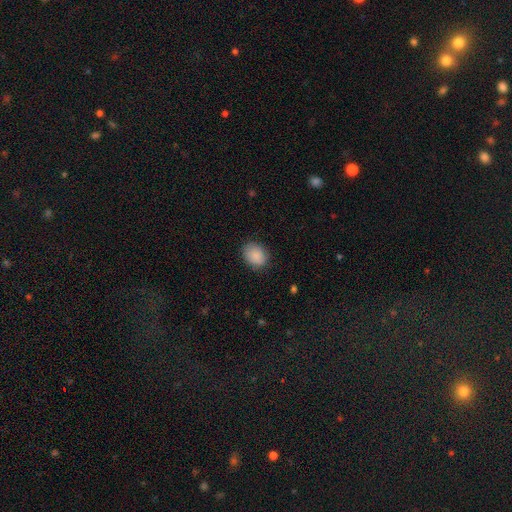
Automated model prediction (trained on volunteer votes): The model was most divided on "how rounded": in between: 53%, round: 46%, cigar-shaped: 1%. More confident: smooth or featured — smooth (89%); merging — none (82%).